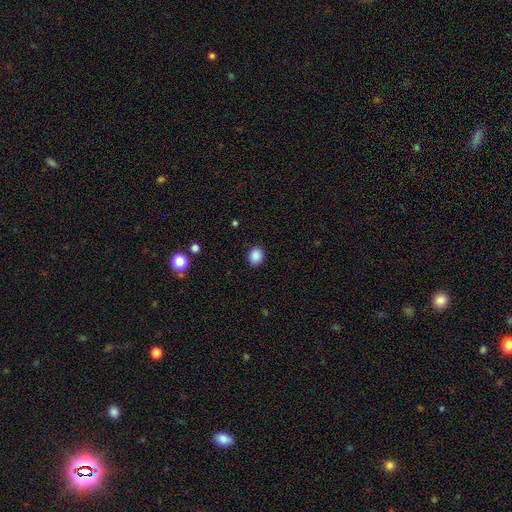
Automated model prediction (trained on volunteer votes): Smooth or featured? smooth (88%)
How rounded? round (61%)
Merging? none (90%)